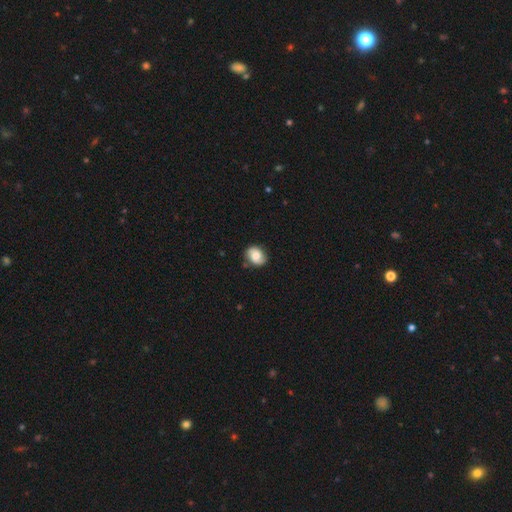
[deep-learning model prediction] smooth 52%, featured or disk 39%, star or artifact 9%. Down the decision tree: how rounded — in between (50%); merging — none (78%).